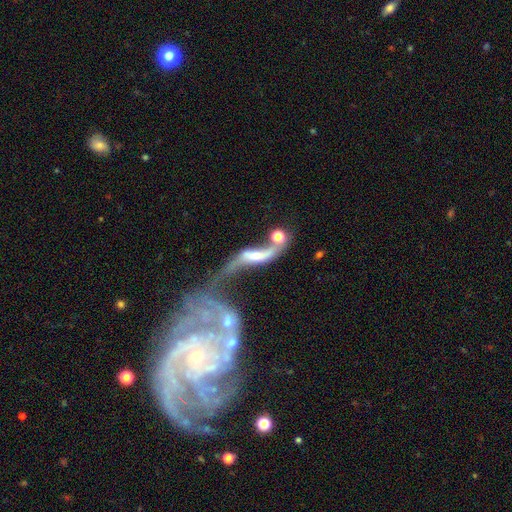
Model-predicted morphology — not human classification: Overall: featured or disk (73%). Edge-on disk: no (81%). Bar: no (41%; weak 33%). Spiral arms: yes (76%). Bulge size: moderate (39%; small 37%). Merging: merger (57%; major disturbance 19%).